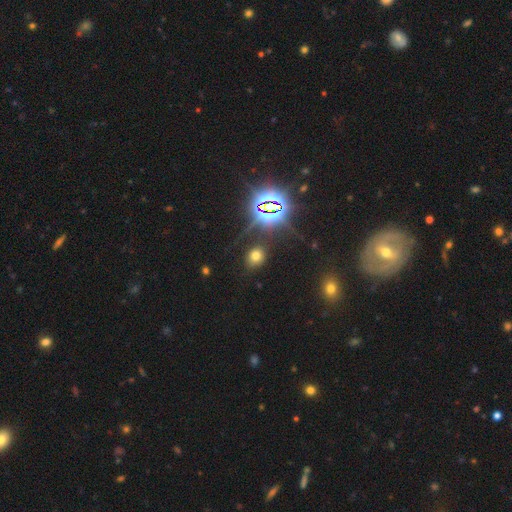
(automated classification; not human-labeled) The model was most divided on "how rounded": round: 52%, in between: 46%, cigar-shaped: 1%. More confident: merging — none (81%); smooth or featured — smooth (59%).